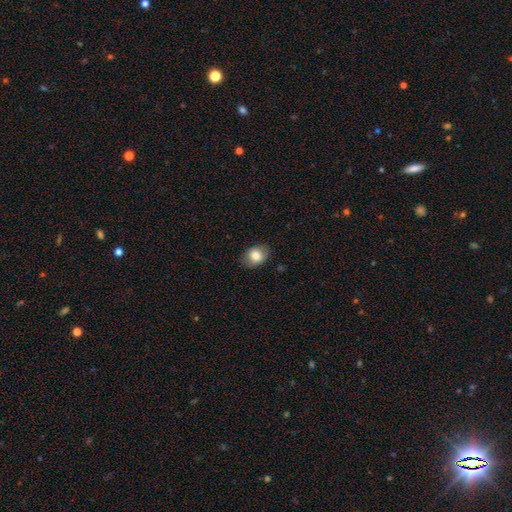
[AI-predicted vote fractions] smooth_or_featured: smooth (p=0.82) [alt: featured or disk p=0.10]
how_rounded: in between (p=0.59) [alt: round p=0.40]
merging: none (p=0.83) [alt: minor disturbance p=0.13]